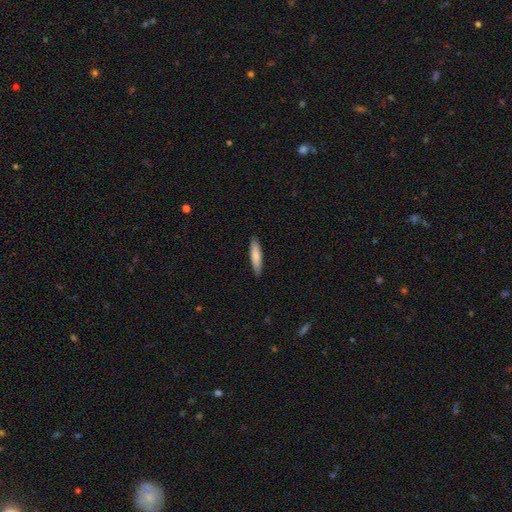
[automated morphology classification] Q: Smooth or featured?
A: smooth (81%); runner-up: featured or disk (13%)
Q: How rounded?
A: cigar-shaped (80%); runner-up: in between (19%)
Q: Merging?
A: none (89%); runner-up: minor disturbance (9%)